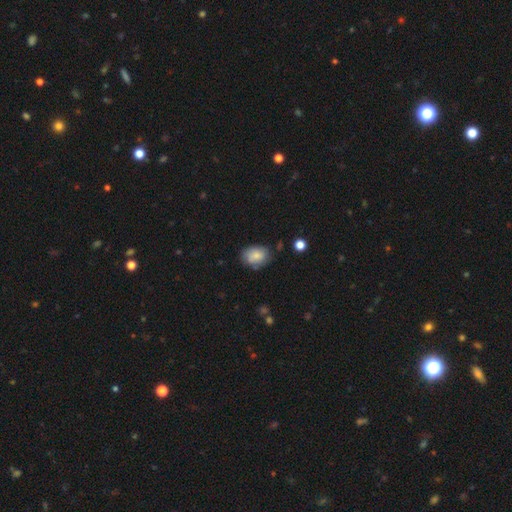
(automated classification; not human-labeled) A smooth galaxy with no disk features (77%) that is in between round and cigar-shaped (70%).

Vote fractions:
- Smooth or featured? smooth: 77% / featured or disk: 16% / star or artifact: 8%
- How rounded? in between: 70% / round: 29% / cigar-shaped: 1%
- Merging? none: 70% / minor disturbance: 22% / major disturbance: 5% / merger: 3%